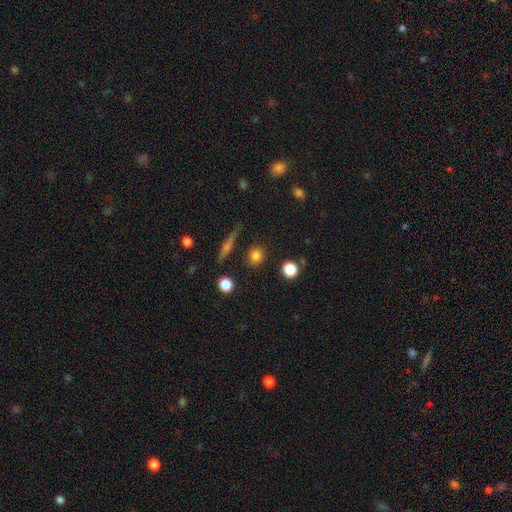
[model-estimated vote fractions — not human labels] smooth-or-featured: smooth: 81% | star or artifact: 12% | featured or disk: 7%
  how-rounded: round: 81% | in between: 15% | cigar-shaped: 4%
  merging: none: 86% | minor disturbance: 8% | merger: 3% | major disturbance: 3%